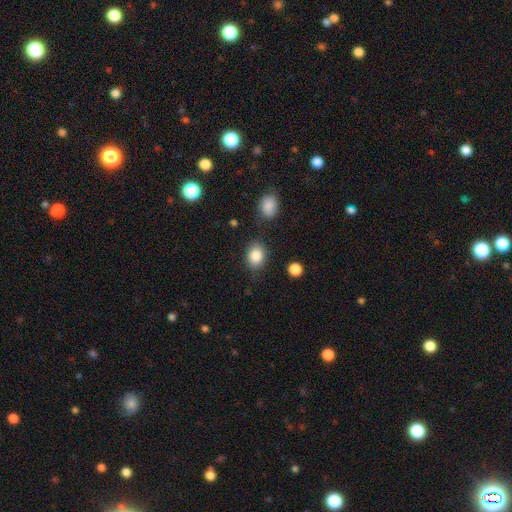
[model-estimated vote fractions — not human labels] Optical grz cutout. It shows a smooth galaxy with no disk features (85%) that is in between round and cigar-shaped (61%). Merging: none (78%).